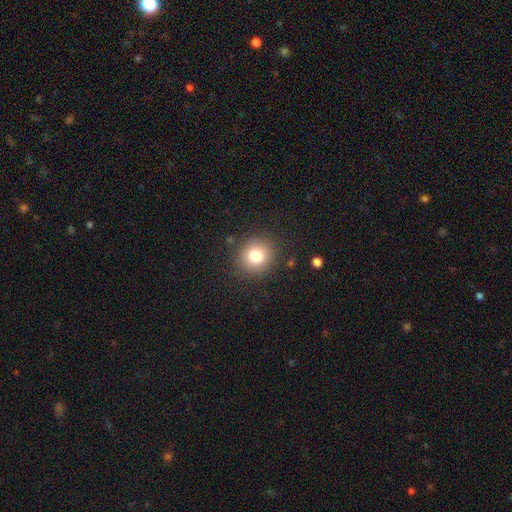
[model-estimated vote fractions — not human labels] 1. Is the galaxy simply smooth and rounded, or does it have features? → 78% smooth, 12% star or artifact, 9% featured or disk.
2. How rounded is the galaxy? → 86% round, 13% in between, 1% cigar-shaped.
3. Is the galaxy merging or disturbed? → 88% none, 8% minor disturbance, 3% major disturbance, 2% merger.